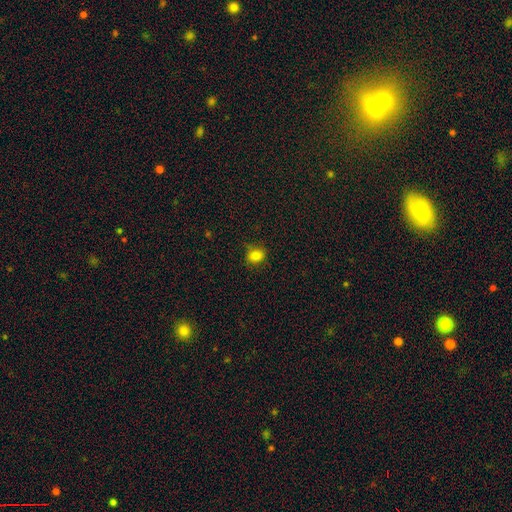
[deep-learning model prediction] This is clearly a smooth galaxy (82%). How rounded: likely round (63%). Merging: likely none (79%).